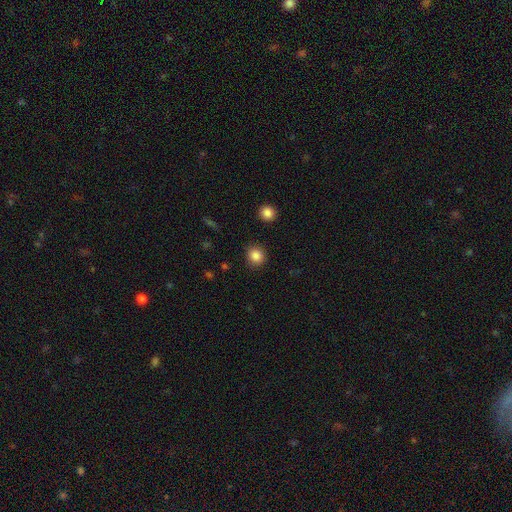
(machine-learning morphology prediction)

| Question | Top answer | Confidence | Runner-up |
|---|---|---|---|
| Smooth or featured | smooth | 85% | star or artifact (11%) |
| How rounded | round | 88% | in between (11%) |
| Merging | none | 90% | minor disturbance (6%) |